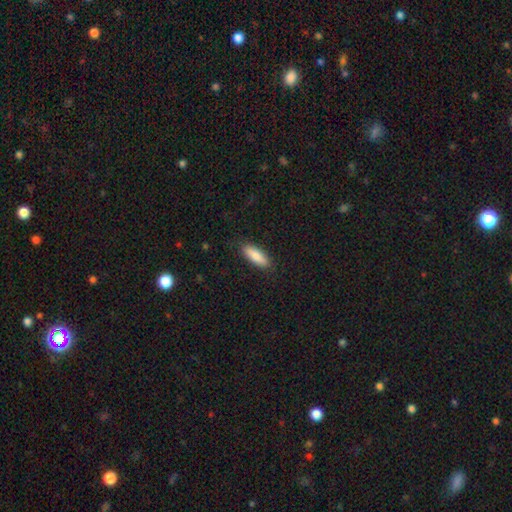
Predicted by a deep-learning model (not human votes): Smooth or featured: smooth — 84% (featured or disk — 10%)
How rounded: in between — 59% (cigar-shaped — 40%)
Merging: none — 88% (minor disturbance — 9%)